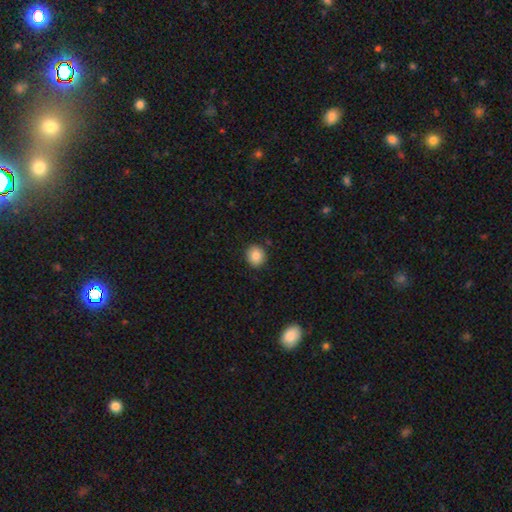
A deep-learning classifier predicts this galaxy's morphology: Smooth or featured? smooth (84%)
How rounded? round (86%)
Merging? none (90%)